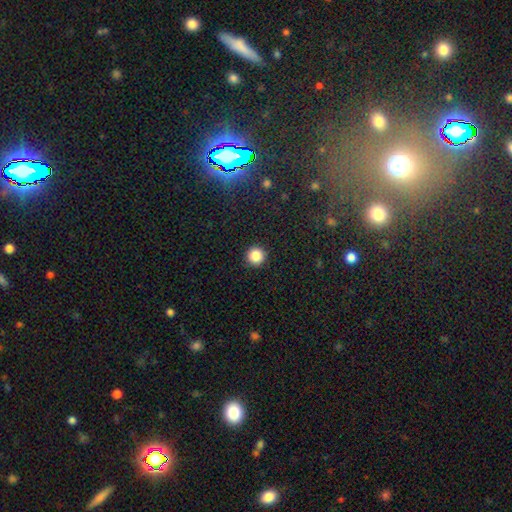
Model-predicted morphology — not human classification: Smooth or featured?
  - smooth: 85% *
  - star or artifact: 11%
  - featured or disk: 4%
How rounded?
  - round: 96% *
  - in between: 3%
  - cigar-shaped: 1%
Merging?
  - none: 93% *
  - minor disturbance: 5%
  - major disturbance: 2%
  - merger: 1%